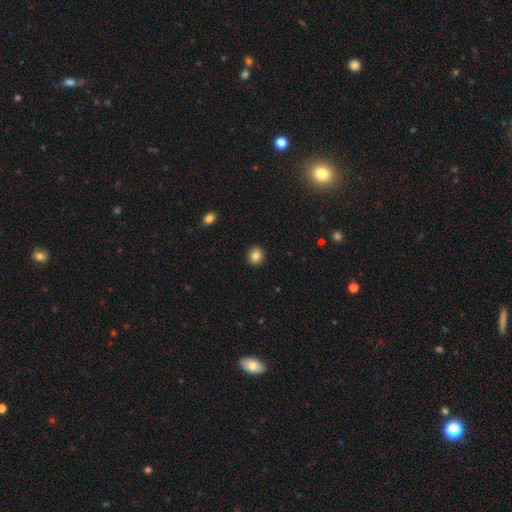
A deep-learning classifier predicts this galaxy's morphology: This appears to be a smooth galaxy with no disk features (85%) that is round (85%). Merging: none (92%).